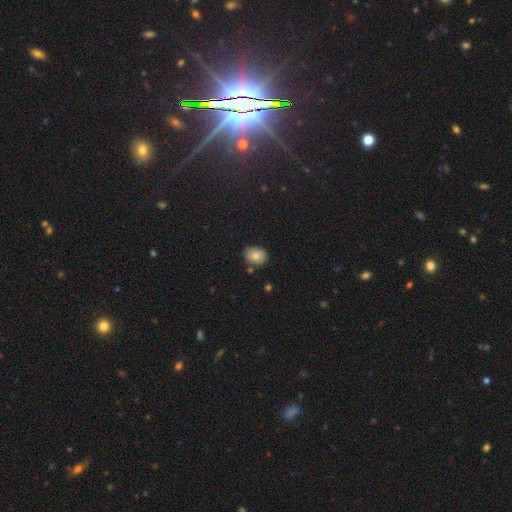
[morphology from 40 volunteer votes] This is clearly a smooth galaxy (80%). How rounded: likely in between (66%). Merging: likely none (78%).